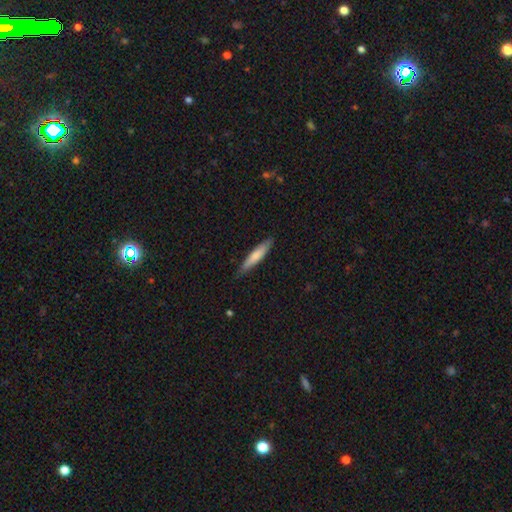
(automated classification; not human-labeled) smooth-or-featured: smooth: 71% | featured or disk: 24% | star or artifact: 5%
  how-rounded: cigar-shaped: 85% | in between: 14% | round: 1%
  merging: none: 81% | minor disturbance: 15% | major disturbance: 2% | merger: 1%